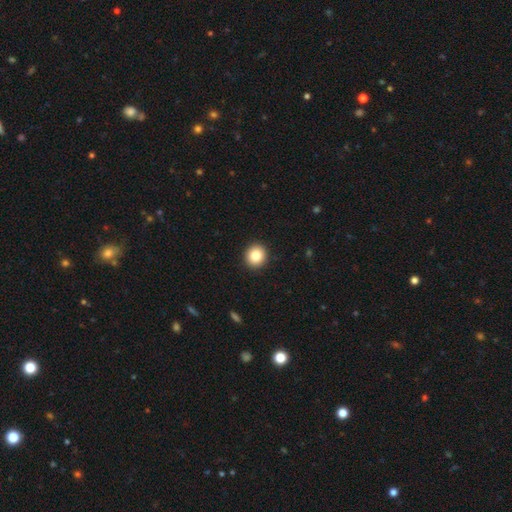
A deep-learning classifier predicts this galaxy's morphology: smooth 85%, star or artifact 9%, featured or disk 6%. Down the decision tree: how rounded — round (90%); merging — none (93%).